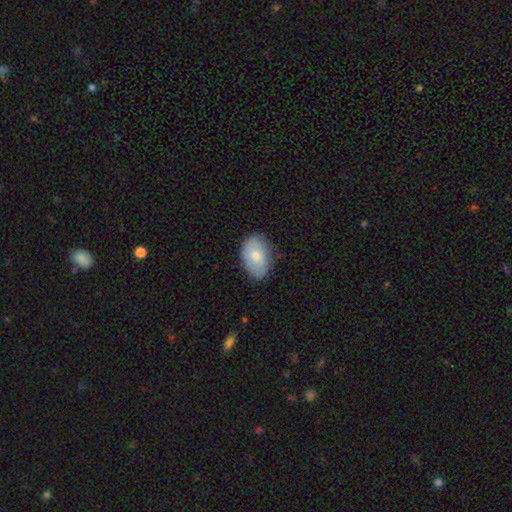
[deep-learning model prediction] Smooth or featured? smooth (72%)
How rounded? in between (90%)
Merging? none (78%)